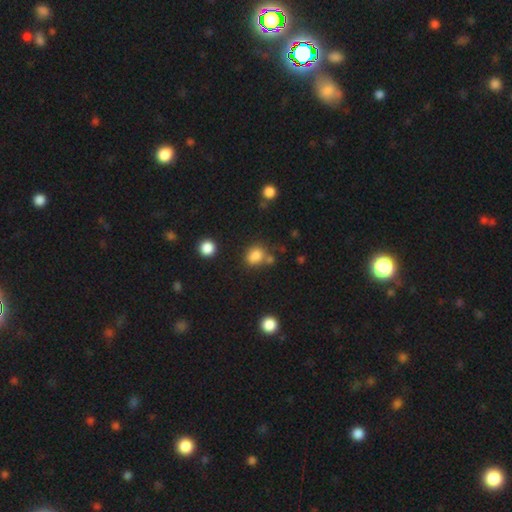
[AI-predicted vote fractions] smooth_or_featured: smooth (p=0.82) [alt: star or artifact p=0.13]
how_rounded: round (p=0.60) [alt: in between p=0.38]
merging: none (p=0.60) [alt: merger p=0.18]